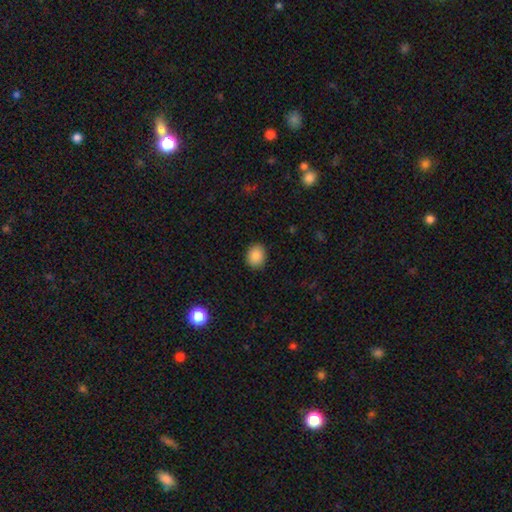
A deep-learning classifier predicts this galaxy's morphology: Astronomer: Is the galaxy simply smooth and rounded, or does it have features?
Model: smooth — 87%.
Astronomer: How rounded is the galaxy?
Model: round — 62%.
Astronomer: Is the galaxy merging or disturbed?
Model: none — 89%.